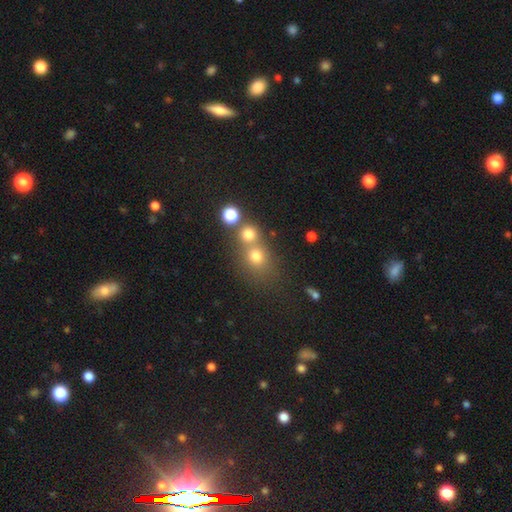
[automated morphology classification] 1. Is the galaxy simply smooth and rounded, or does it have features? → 70% smooth, 18% star or artifact, 12% featured or disk.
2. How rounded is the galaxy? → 79% round, 20% in between, 1% cigar-shaped.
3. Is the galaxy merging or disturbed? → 46% none, 42% merger, 8% minor disturbance, 4% major disturbance.